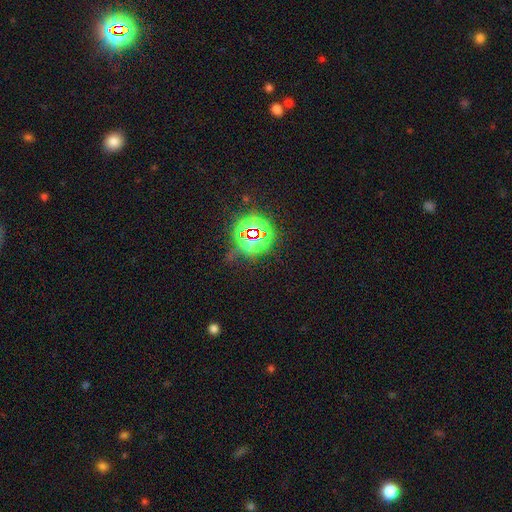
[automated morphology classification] A star or artifact, not a galaxy (81%).